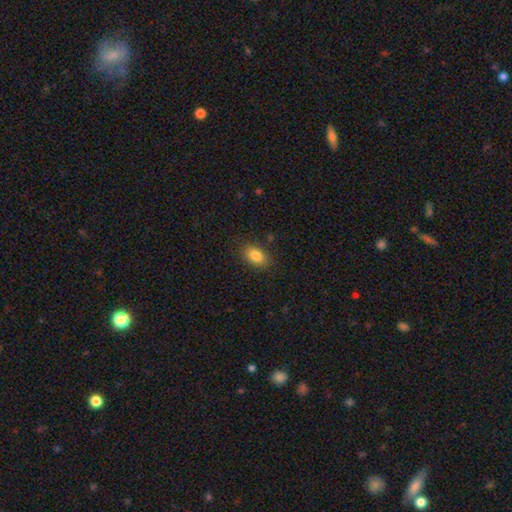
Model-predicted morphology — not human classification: Smooth or featured? smooth (85%)
How rounded? in between (85%)
Merging? none (85%)